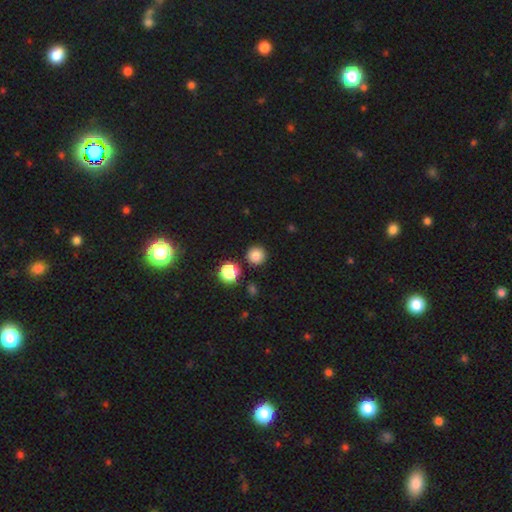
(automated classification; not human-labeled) Smooth or featured?
  - smooth: 83% *
  - star or artifact: 13%
  - featured or disk: 4%
How rounded?
  - round: 95% *
  - in between: 4%
  - cigar-shaped: 1%
Merging?
  - none: 88% *
  - minor disturbance: 6%
  - merger: 4%
  - major disturbance: 2%